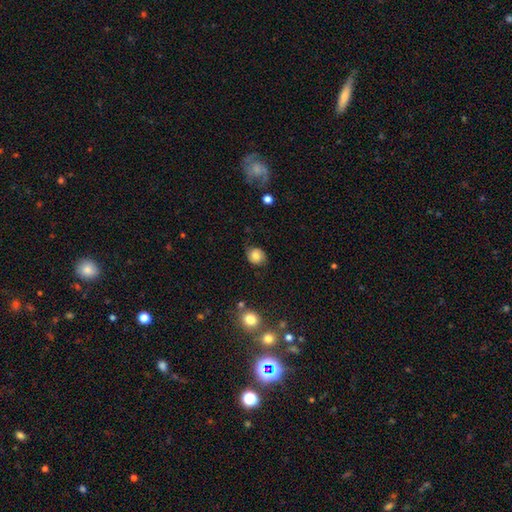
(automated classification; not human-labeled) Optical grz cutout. It shows a smooth galaxy with no disk features (68%) that is round (70%). Merging: none (74%).